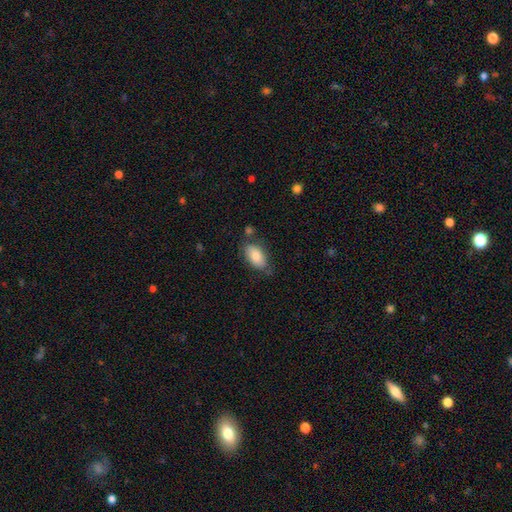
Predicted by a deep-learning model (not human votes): This is clearly a smooth galaxy (82%). How rounded: clearly in between (93%). Merging: likely none (69%).